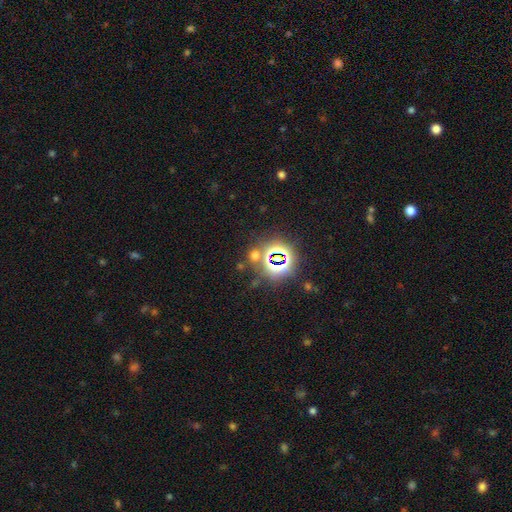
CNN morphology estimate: star or artifact 59%, smooth 34%, featured or disk 8%.